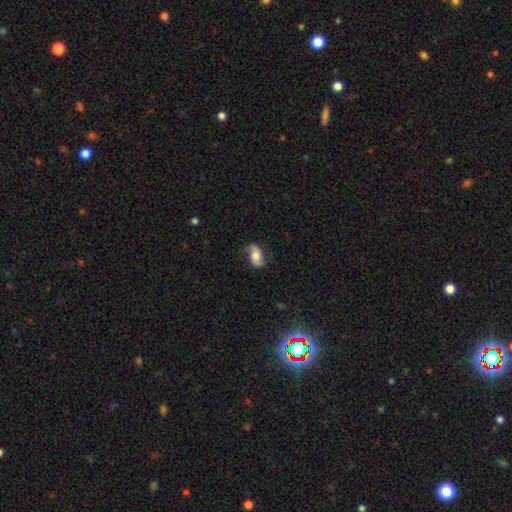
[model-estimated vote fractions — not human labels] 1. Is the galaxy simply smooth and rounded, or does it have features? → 51% featured or disk, 41% smooth, 8% star or artifact.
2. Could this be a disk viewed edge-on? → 94% no, 6% yes.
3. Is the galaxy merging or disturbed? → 74% none, 19% minor disturbance, 6% major disturbance, 1% merger.